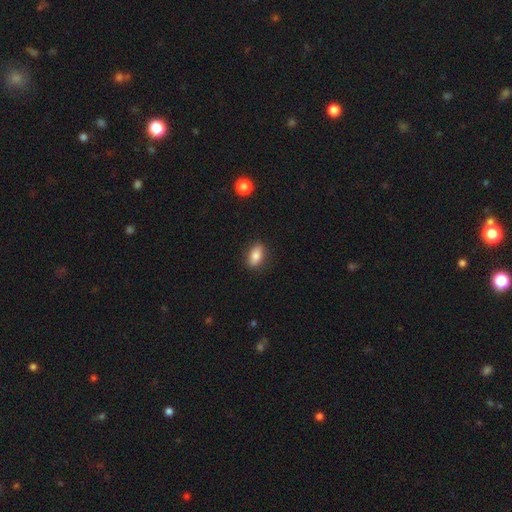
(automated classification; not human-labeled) Morphology: type=smooth (81%); roundness=in between (86%); merging=none (86%).